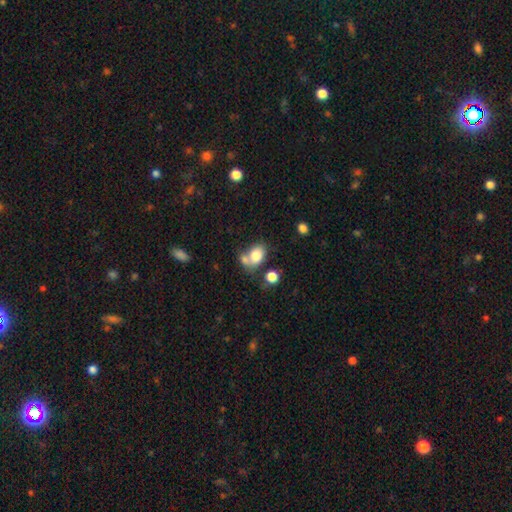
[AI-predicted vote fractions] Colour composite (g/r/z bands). It shows a smooth galaxy with no disk features (79%) that is in between round and cigar-shaped (71%). Merging: none (41%).